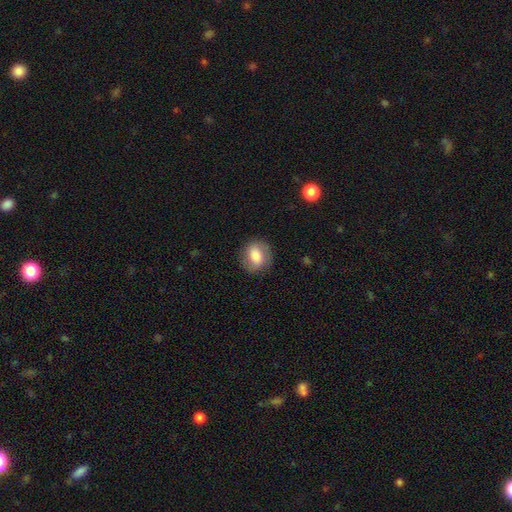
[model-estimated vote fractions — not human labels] Smooth or featured? smooth (66%)
How rounded? round (59%)
Merging? none (81%)